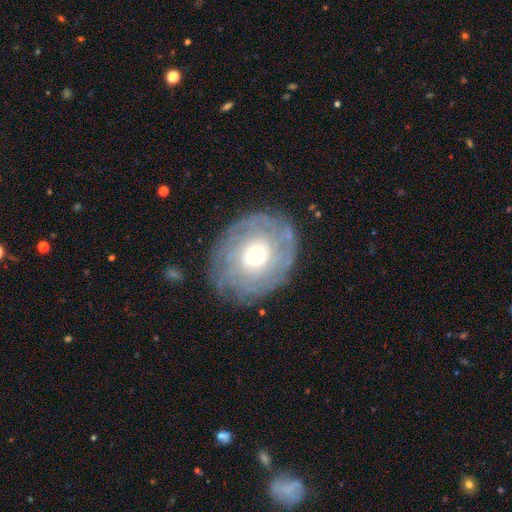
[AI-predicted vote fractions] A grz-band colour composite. It shows a featured or disk galaxy (75%) with no bar (76%), tight (77%) spiral arms (79%) and a small central bulge (52%). Merging: none (77%).